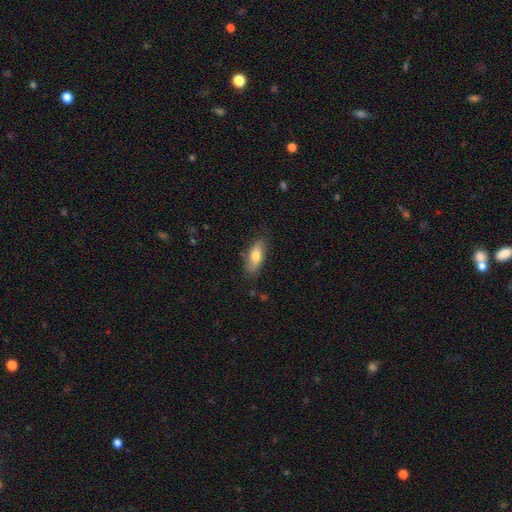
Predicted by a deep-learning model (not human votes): Smooth or featured?
  - smooth: 71% *
  - featured or disk: 23%
  - star or artifact: 6%
How rounded?
  - in between: 78% *
  - cigar-shaped: 19%
  - round: 3%
Merging?
  - none: 78% *
  - minor disturbance: 17%
  - major disturbance: 3%
  - merger: 2%